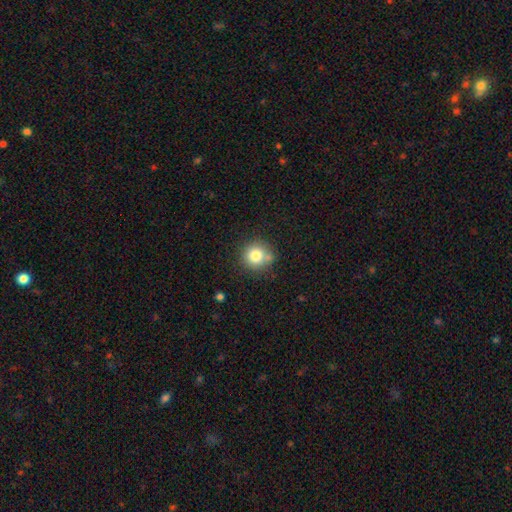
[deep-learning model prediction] Smooth or featured: smooth — 80% (star or artifact — 11%)
How rounded: round — 91% (in between — 8%)
Merging: none — 72% (minor disturbance — 14%)